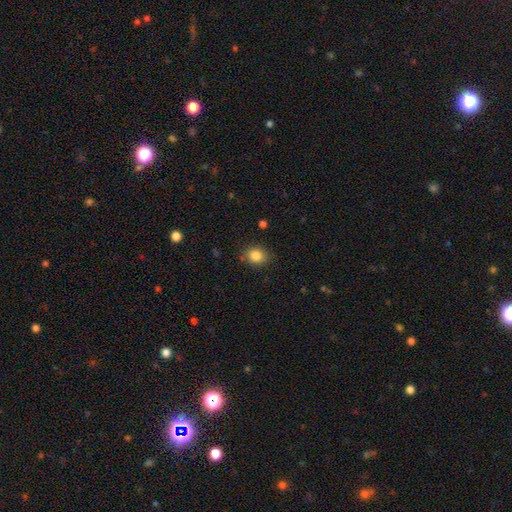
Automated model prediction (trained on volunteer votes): Smooth or featured? smooth (84%)
How rounded? round (62%)
Merging? none (84%)